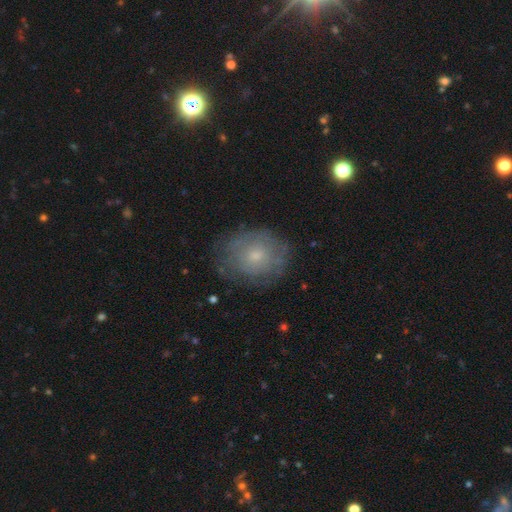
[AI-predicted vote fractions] A smooth galaxy with no disk features (51%) that is round (57%). Merging: none (73%).